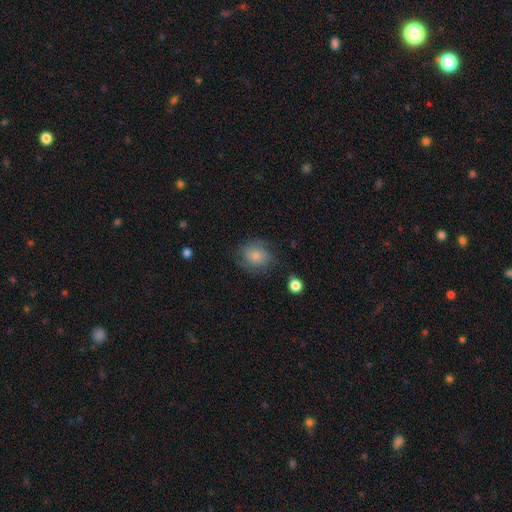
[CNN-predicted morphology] This is likely a smooth galaxy (73%). How rounded: likely round (74%). Merging: likely none (64%).